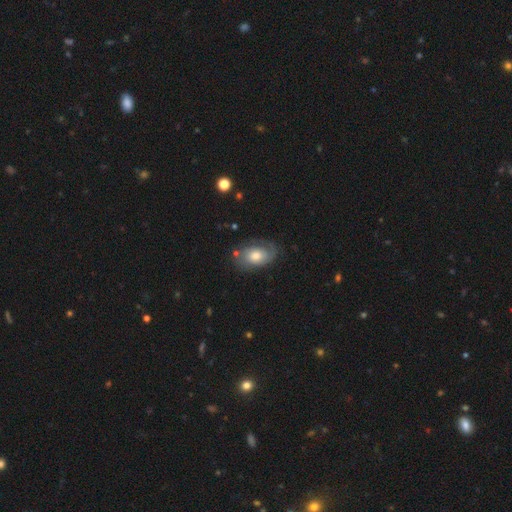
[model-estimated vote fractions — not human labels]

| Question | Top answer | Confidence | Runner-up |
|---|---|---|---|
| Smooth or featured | smooth | 47% | featured or disk (45%) |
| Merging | none | 64% | minor disturbance (23%) |